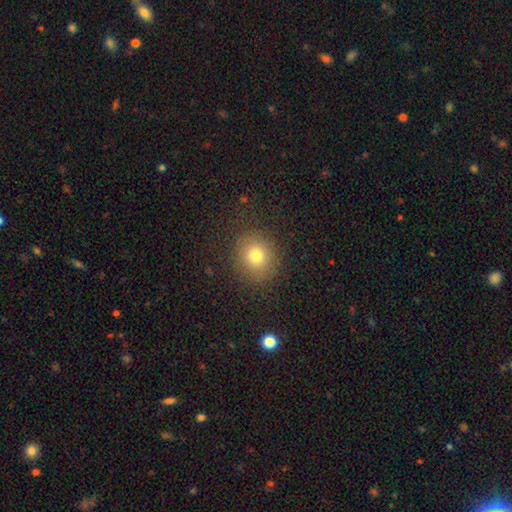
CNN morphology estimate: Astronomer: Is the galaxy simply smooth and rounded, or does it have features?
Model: smooth — 76%.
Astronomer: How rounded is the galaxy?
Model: round — 82%.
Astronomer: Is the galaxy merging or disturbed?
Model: none — 87%.